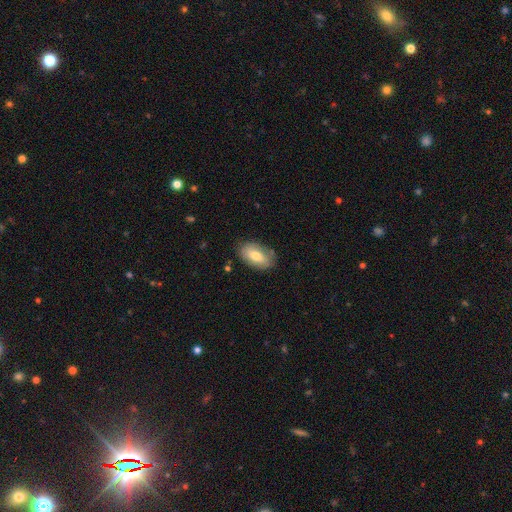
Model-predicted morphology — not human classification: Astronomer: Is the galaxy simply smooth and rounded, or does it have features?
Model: smooth — 70%.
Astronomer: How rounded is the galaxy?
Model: in between — 92%.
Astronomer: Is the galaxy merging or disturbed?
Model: none — 80%.